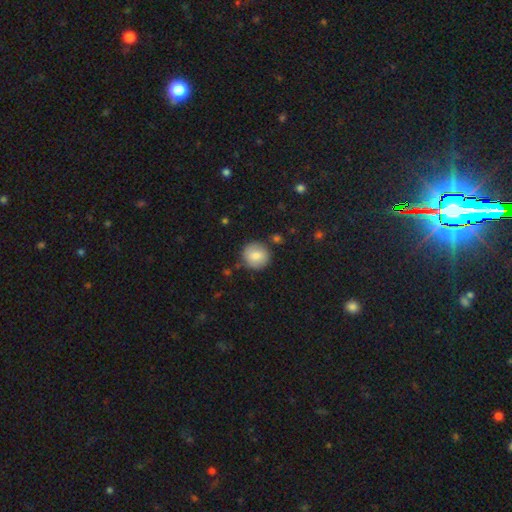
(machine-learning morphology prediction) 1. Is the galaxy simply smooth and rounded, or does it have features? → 81% smooth, 11% featured or disk, 8% star or artifact.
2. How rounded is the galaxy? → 92% round, 7% in between, 1% cigar-shaped.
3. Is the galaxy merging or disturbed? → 84% none, 10% minor disturbance, 3% merger, 3% major disturbance.